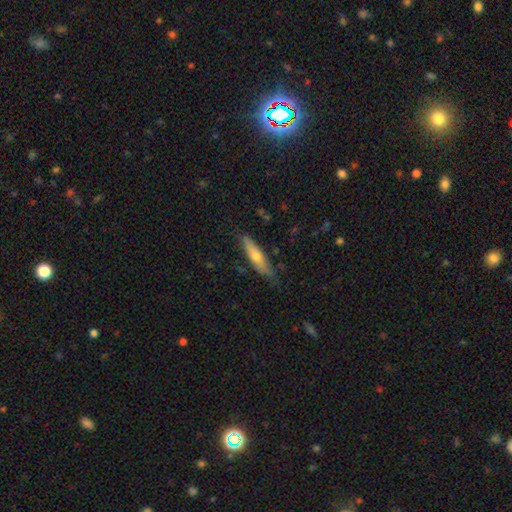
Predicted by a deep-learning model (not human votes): smooth_or_featured: smooth (p=0.53) [alt: featured or disk p=0.41]
how_rounded: cigar-shaped (p=0.81) [alt: in between p=0.17]
merging: none (p=0.78) [alt: minor disturbance p=0.17]